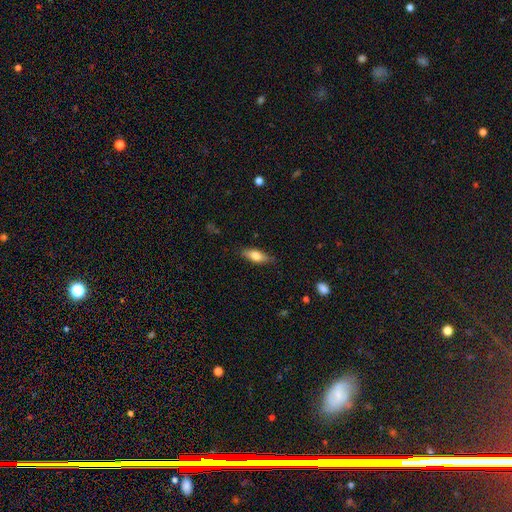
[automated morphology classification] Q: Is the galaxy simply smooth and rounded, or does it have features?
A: smooth — 70%.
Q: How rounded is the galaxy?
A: in between — 67%.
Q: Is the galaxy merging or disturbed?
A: none — 78%.